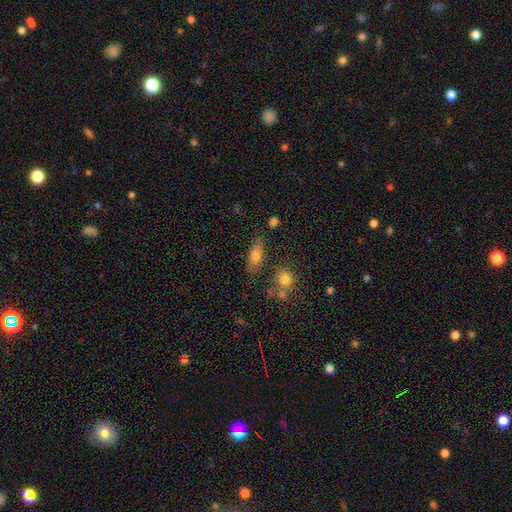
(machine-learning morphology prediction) Smooth or featured: smooth — 72% (featured or disk — 20%)
How rounded: in between — 70% (cigar-shaped — 25%)
Merging: none — 73% (minor disturbance — 16%)